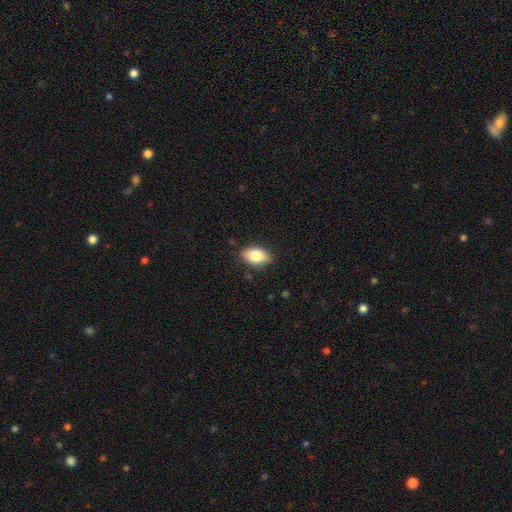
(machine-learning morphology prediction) Smooth or featured? smooth (83%)
How rounded? in between (90%)
Merging? none (84%)